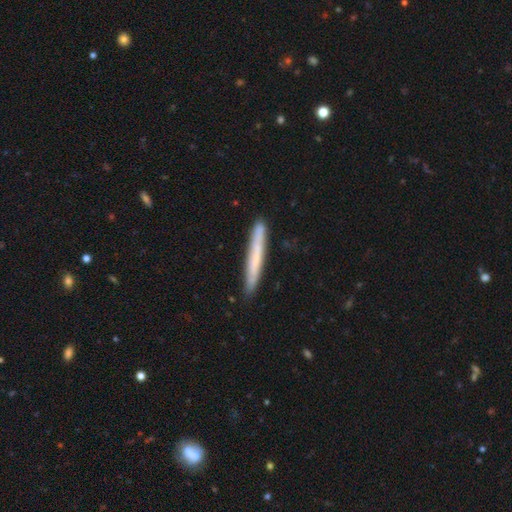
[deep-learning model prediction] A smooth galaxy with no disk features (60%) that is cigar-shaped (97%).

Vote fractions:
- Smooth or featured? smooth: 60% / featured or disk: 33% / star or artifact: 6%
- How rounded? cigar-shaped: 97% / in between: 2% / round: 1%
- Merging? none: 89% / minor disturbance: 8% / merger: 1% / major disturbance: 1%